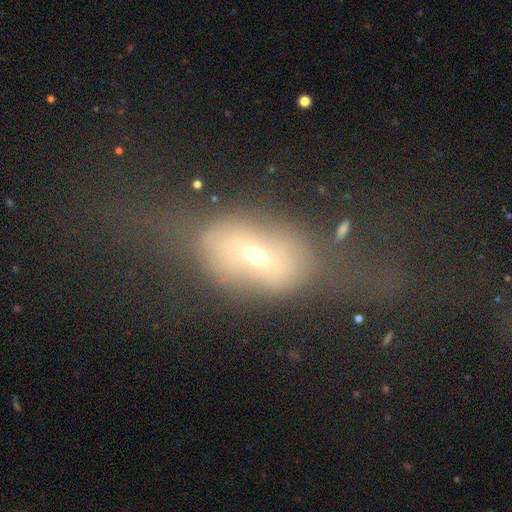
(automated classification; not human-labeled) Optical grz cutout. It shows a smooth galaxy with no disk features (53%) that is in between round and cigar-shaped (70%). Merging: major disturbance (41%).